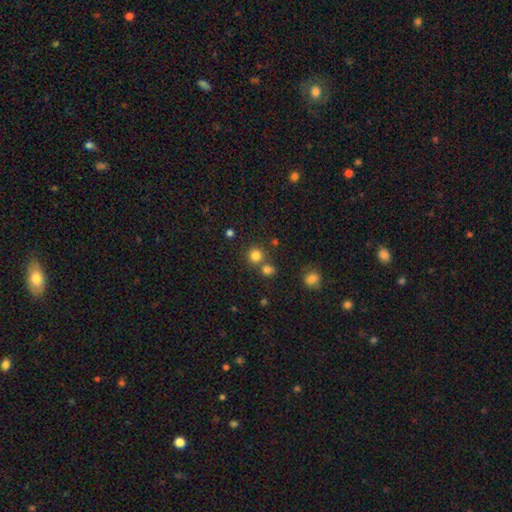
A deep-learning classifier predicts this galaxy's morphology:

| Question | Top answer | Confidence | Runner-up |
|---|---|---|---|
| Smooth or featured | smooth | 80% | star or artifact (14%) |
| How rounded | round | 90% | in between (9%) |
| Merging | none | 67% | merger (23%) |